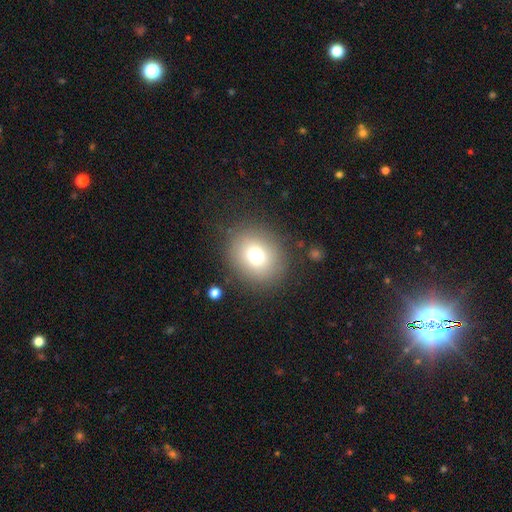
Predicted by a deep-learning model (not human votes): smooth 73%, star or artifact 15%, featured or disk 12%. Down the decision tree: how rounded — round (80%); merging — none (85%).